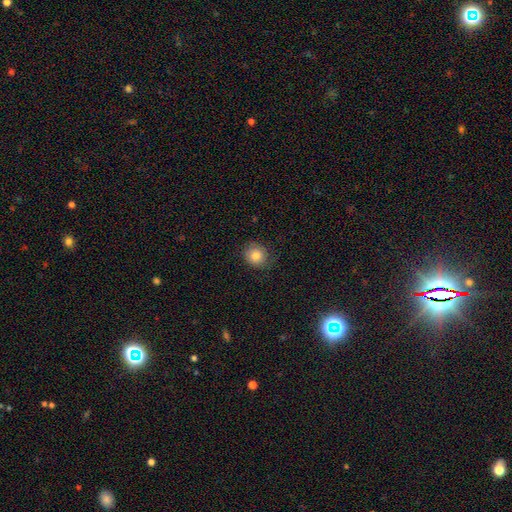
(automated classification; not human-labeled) Overall: smooth (82%). How rounded: round (85%). Merging: none (77%).